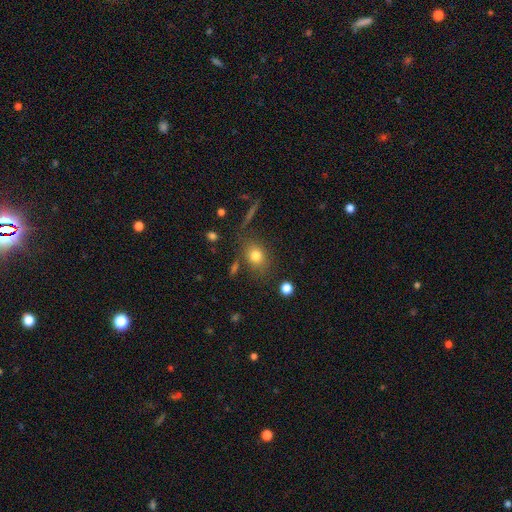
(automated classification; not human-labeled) Smooth or featured: smooth — 78% (star or artifact — 12%)
How rounded: in between — 51% (round — 48%)
Merging: none — 76% (minor disturbance — 14%)